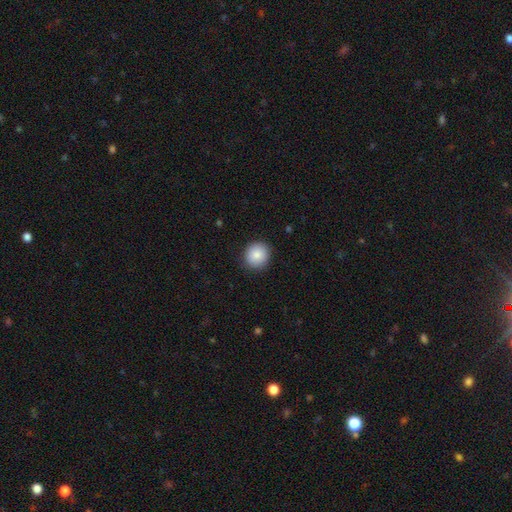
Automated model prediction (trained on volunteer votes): smooth-or-featured: smooth: 86% | star or artifact: 8% | featured or disk: 5%
  how-rounded: round: 91% | in between: 8% | cigar-shaped: 1%
  merging: none: 90% | minor disturbance: 7% | major disturbance: 2% | merger: 1%